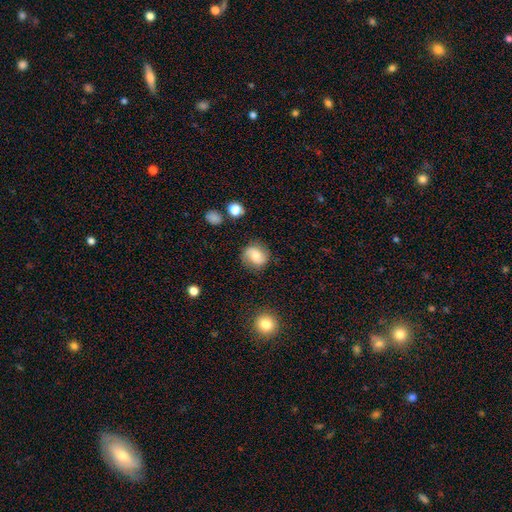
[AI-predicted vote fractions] smooth-or-featured: smooth: 49% | featured or disk: 42% | star or artifact: 10%
  merging: none: 80% | minor disturbance: 14% | major disturbance: 4% | merger: 2%